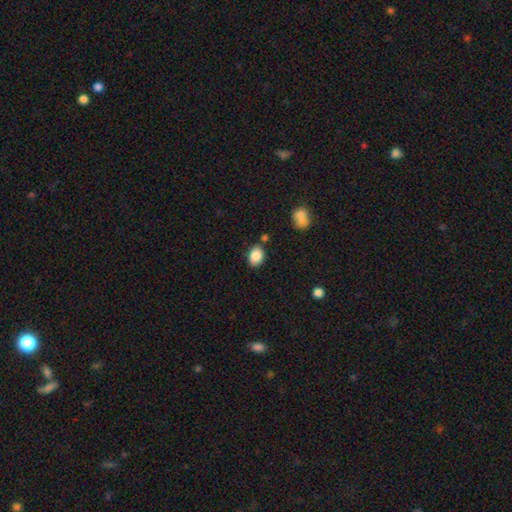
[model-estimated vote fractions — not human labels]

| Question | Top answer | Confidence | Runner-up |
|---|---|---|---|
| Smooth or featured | smooth | 87% | star or artifact (8%) |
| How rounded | in between | 69% | round (30%) |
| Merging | none | 76% | minor disturbance (15%) |